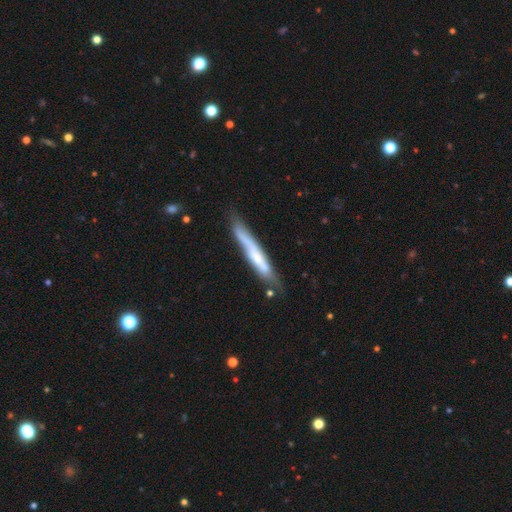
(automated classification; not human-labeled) smooth-or-featured: featured or disk: 50% | smooth: 43% | star or artifact: 6%
  disk-edge-on: yes: 82% | no: 18%
  merging: none: 66% | minor disturbance: 23% | major disturbance: 6% | merger: 5%